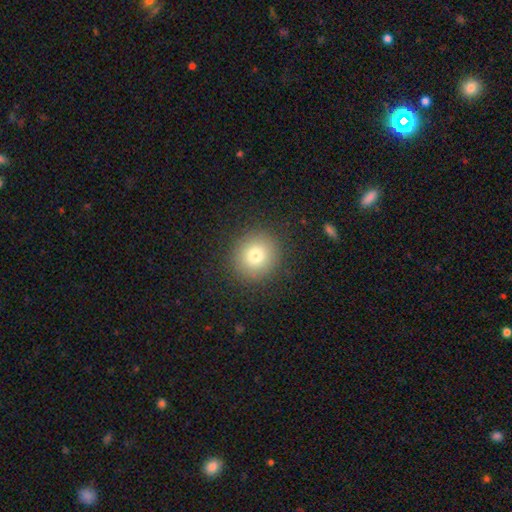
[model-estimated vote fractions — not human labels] The model was most divided on "smooth or featured": smooth: 78%, star or artifact: 13%, featured or disk: 10%. More confident: how rounded — round (90%); merging — none (90%).